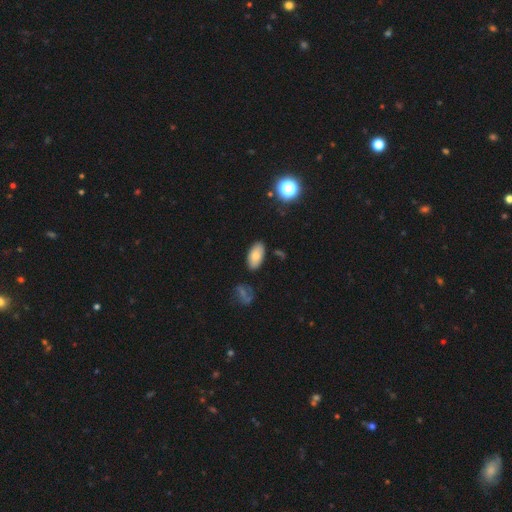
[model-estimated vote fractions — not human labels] Q: Smooth or featured?
A: smooth (77%); runner-up: featured or disk (14%)
Q: How rounded?
A: in between (94%); runner-up: cigar-shaped (3%)
Q: Merging?
A: none (83%); runner-up: minor disturbance (12%)